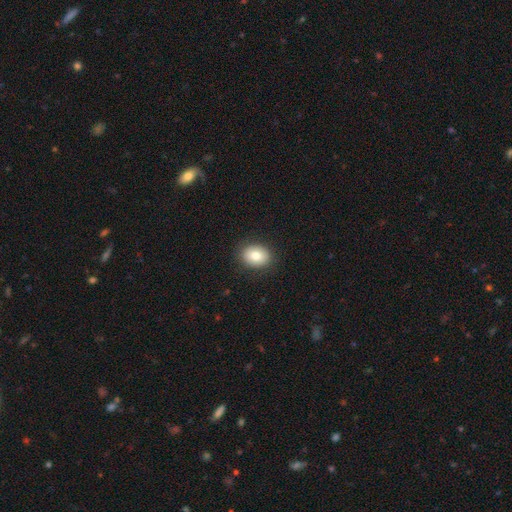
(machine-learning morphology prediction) Q: Smooth or featured?
A: smooth (82%); runner-up: featured or disk (10%)
Q: How rounded?
A: in between (61%); runner-up: round (38%)
Q: Merging?
A: none (88%); runner-up: minor disturbance (8%)